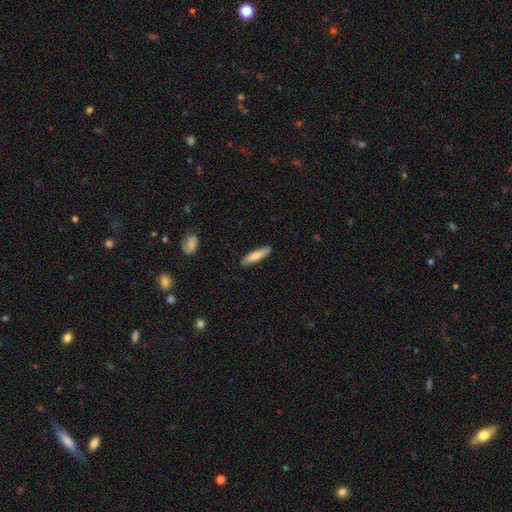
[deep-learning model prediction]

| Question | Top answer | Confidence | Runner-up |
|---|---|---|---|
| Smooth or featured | smooth | 74% | featured or disk (21%) |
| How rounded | cigar-shaped | 81% | in between (18%) |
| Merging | none | 88% | minor disturbance (9%) |